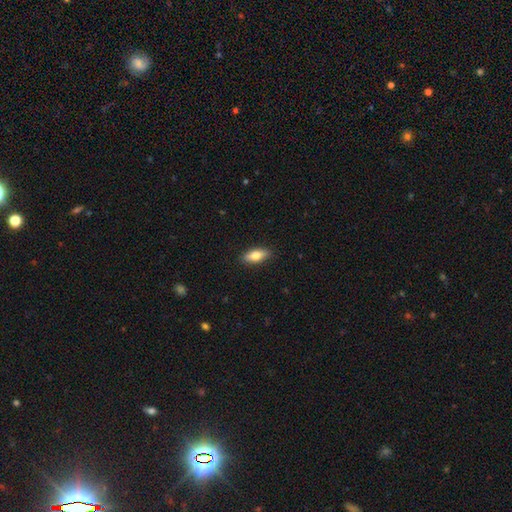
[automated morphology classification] Smooth or featured? Predicted: smooth (p=0.74). How rounded? Predicted: in between (p=0.79). Merging? Predicted: none (p=0.89).